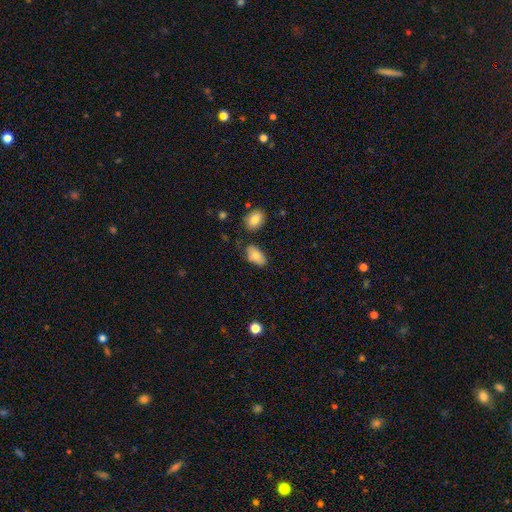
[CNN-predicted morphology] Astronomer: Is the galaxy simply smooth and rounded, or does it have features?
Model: smooth — 76%.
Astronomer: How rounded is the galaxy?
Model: in between — 92%.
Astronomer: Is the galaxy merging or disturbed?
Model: none — 68%.